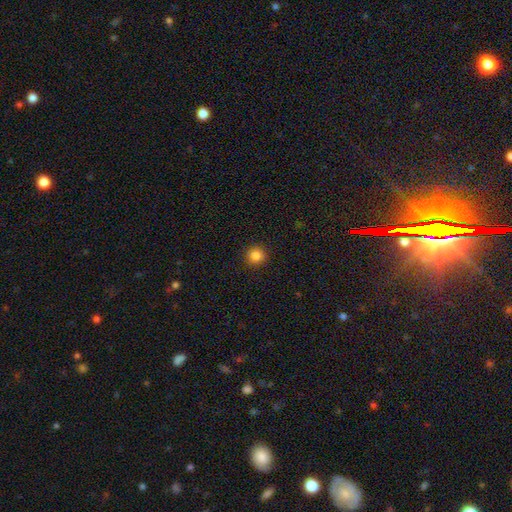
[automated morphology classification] Q: Smooth or featured?
A: smooth (84%); runner-up: star or artifact (12%)
Q: How rounded?
A: round (92%); runner-up: in between (7%)
Q: Merging?
A: none (92%); runner-up: minor disturbance (6%)